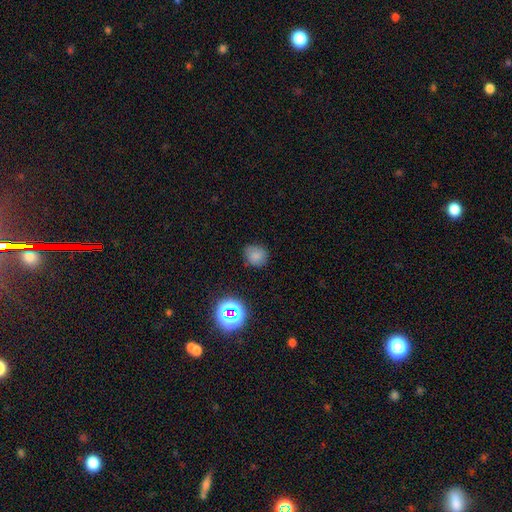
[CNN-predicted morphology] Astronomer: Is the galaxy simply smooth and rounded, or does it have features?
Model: smooth — 76%.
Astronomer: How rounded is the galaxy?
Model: round — 77%.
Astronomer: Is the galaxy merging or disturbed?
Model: none — 79%.